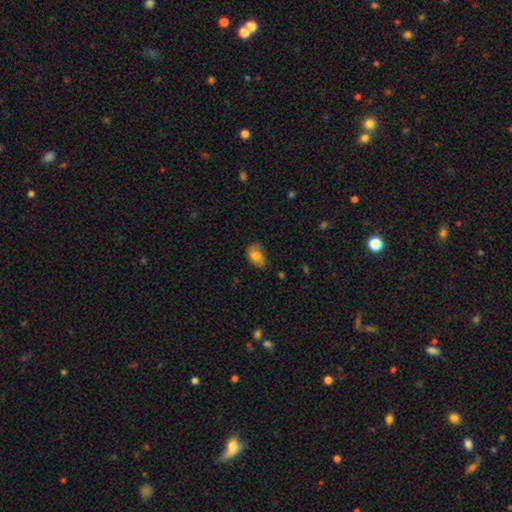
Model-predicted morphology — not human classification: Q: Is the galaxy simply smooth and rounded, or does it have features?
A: smooth — 75%.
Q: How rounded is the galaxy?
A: in between — 84%.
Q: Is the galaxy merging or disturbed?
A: none — 51%.